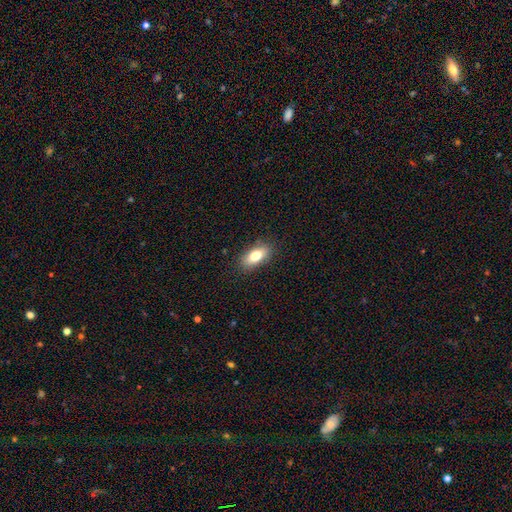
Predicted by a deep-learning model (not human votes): Overall: smooth (77%). How rounded: in between (85%). Merging: none (86%).